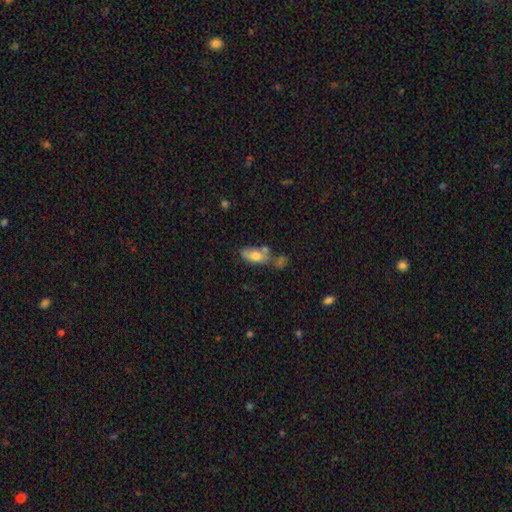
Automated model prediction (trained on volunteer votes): smooth_or_featured: smooth (p=0.72) [alt: featured or disk p=0.20]
how_rounded: in between (p=0.87) [alt: cigar-shaped p=0.09]
merging: none (p=0.46) [alt: merger p=0.27]